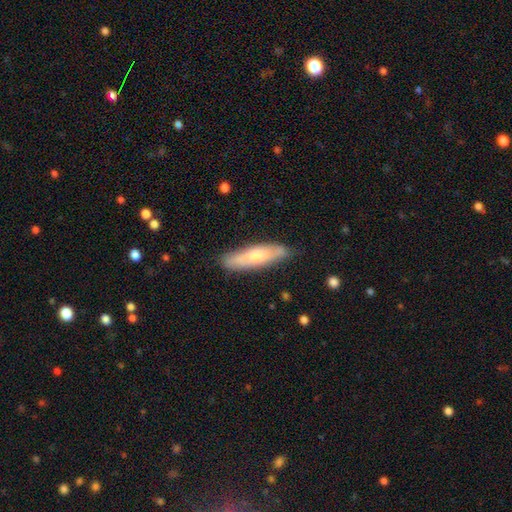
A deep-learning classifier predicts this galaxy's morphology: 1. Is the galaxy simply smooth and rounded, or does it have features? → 57% smooth, 37% featured or disk, 6% star or artifact.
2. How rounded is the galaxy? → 66% cigar-shaped, 33% in between, 2% round.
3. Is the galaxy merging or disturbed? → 81% none, 15% minor disturbance, 3% major disturbance, 1% merger.